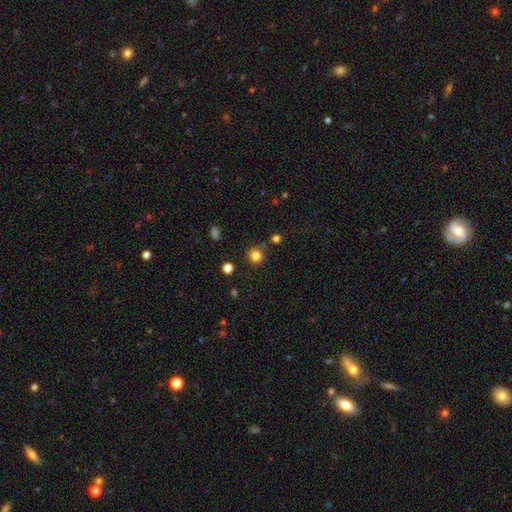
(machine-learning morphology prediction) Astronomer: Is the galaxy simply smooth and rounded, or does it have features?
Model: smooth — 82%.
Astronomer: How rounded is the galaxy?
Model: round — 90%.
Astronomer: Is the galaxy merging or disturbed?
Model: none — 79%.